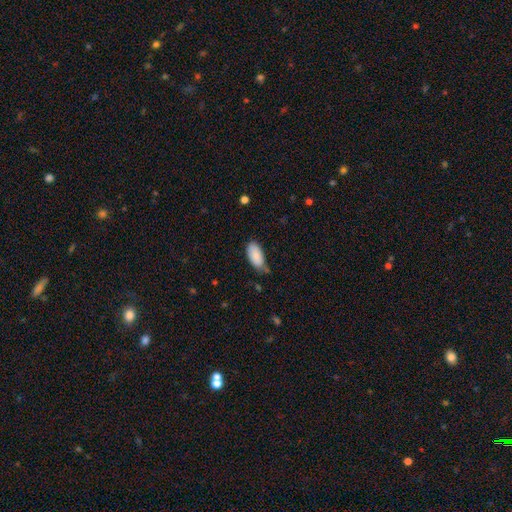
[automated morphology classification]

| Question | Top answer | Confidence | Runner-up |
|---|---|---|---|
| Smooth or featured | smooth | 86% | featured or disk (7%) |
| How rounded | in between | 94% | cigar-shaped (4%) |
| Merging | none | 60% | minor disturbance (31%) |